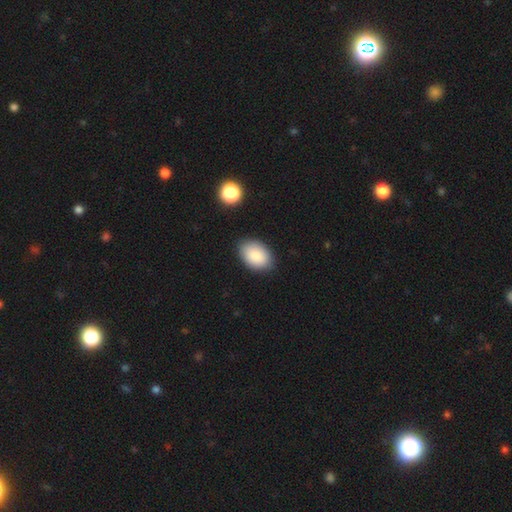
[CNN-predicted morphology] This appears to be a smooth galaxy with no disk features (86%) that is in between round and cigar-shaped (87%). Merging: none (85%).